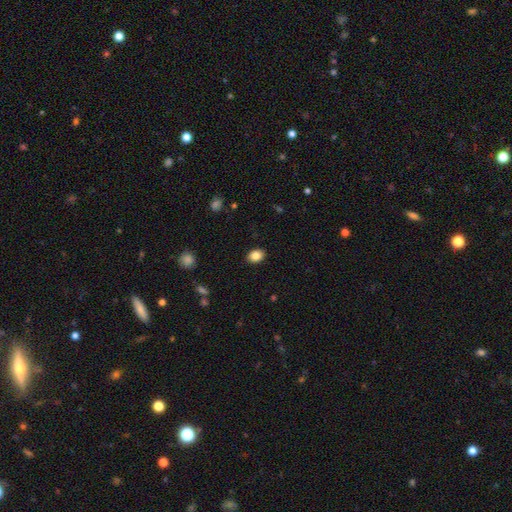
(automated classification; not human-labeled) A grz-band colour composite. It shows a smooth galaxy with no disk features (86%) that is in between round and cigar-shaped (66%). Merging: none (89%).